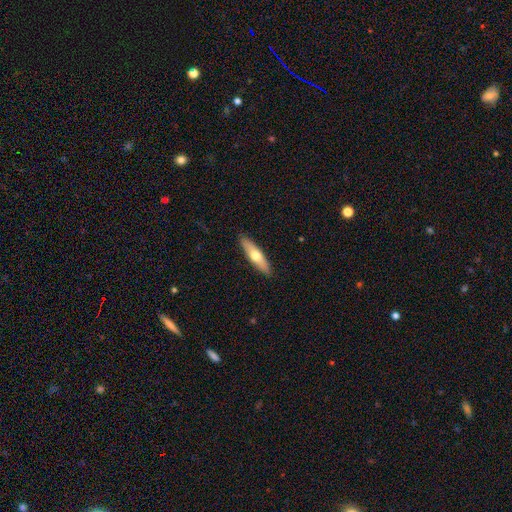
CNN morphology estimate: A smooth galaxy with no disk features (56%) that is cigar-shaped (71%). Merging: none (90%).